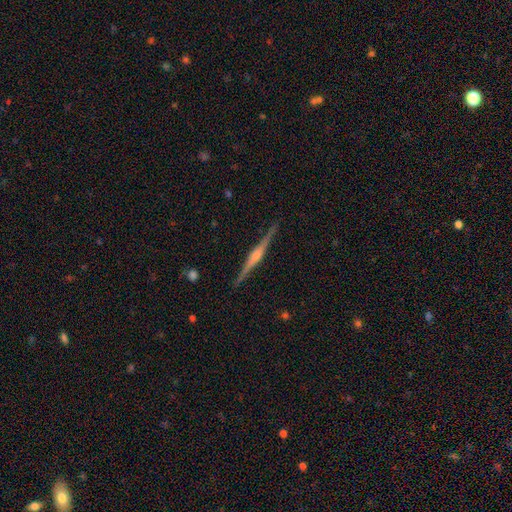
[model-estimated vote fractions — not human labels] A featured or disk galaxy (83%) viewed edge-on (98%) with a rounded central bulge (81%).

Vote fractions:
- Smooth or featured? featured or disk: 83% / smooth: 11% / star or artifact: 6%
- Edge-on disk? yes: 98% / no: 2%
- Edge-on bulge? rounded: 81% / none: 10% / boxy: 9%
- Merging? none: 92% / minor disturbance: 6% / major disturbance: 1% / merger: 1%